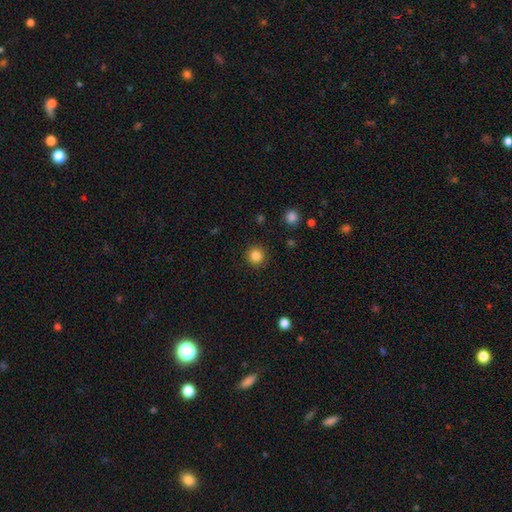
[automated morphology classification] type=smooth (84%); roundness=round (95%); merging=none (91%).